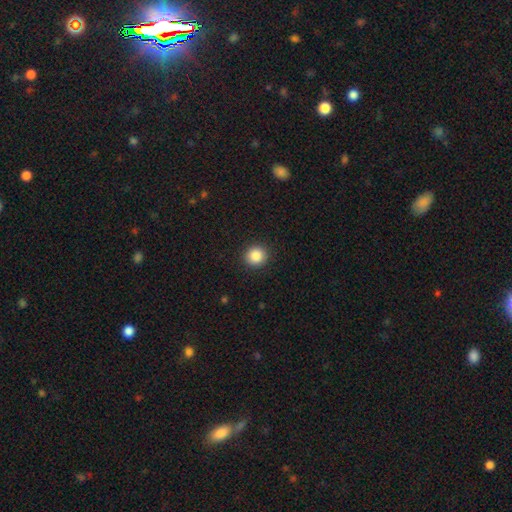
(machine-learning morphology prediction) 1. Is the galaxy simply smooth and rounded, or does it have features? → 87% smooth, 9% star or artifact, 4% featured or disk.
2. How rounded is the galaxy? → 90% round, 9% in between, 1% cigar-shaped.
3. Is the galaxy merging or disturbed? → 92% none, 5% minor disturbance, 2% major disturbance, 1% merger.